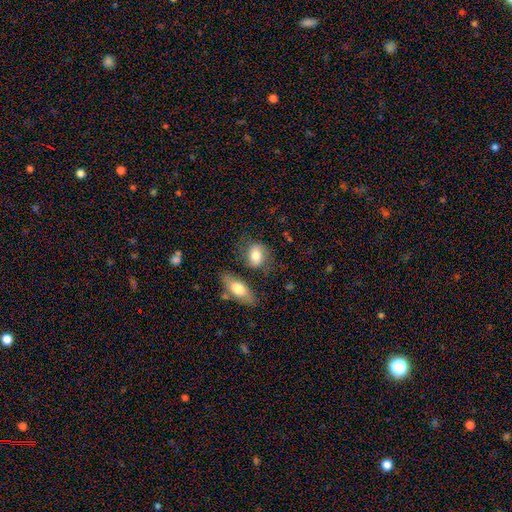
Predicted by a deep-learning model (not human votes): Morphology: type=smooth (73%); roundness=in between (65%); merging=none (63%).